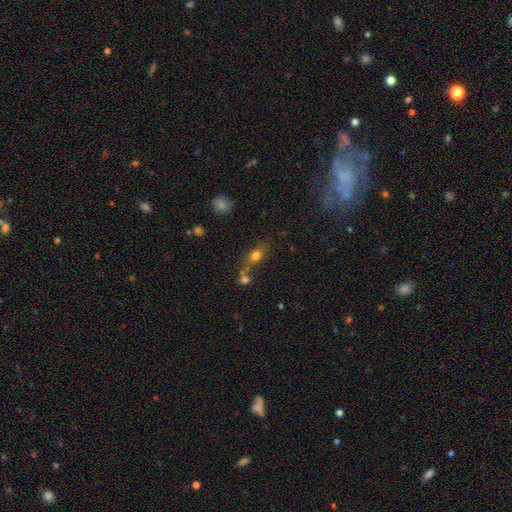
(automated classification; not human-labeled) smooth 75%, star or artifact 13%, featured or disk 12%. Down the decision tree: how rounded — in between (64%); merging — none (56%).